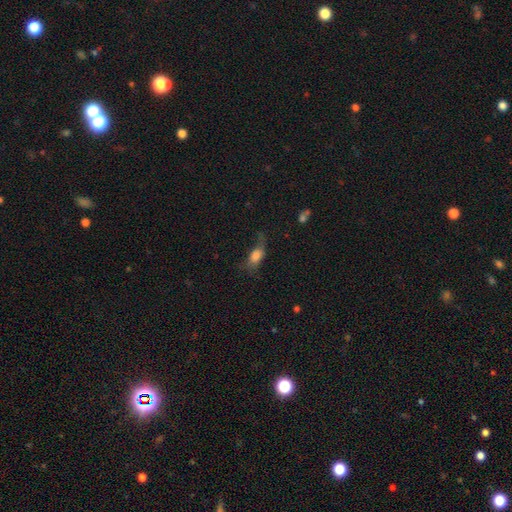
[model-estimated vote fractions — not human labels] The model was most divided on "merging": none: 38%, major disturbance: 31%, minor disturbance: 28%, merger: 3%. More confident: how rounded — in between (78%); smooth or featured — smooth (70%).